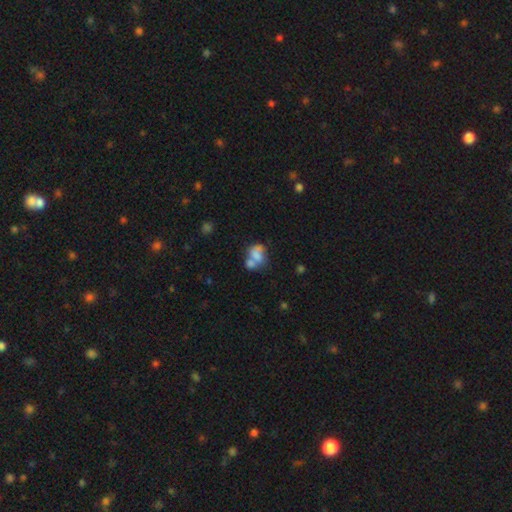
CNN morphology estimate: This is possibly a smooth galaxy (60%). How rounded: likely in between (64%). Merging: possibly merger (56%).